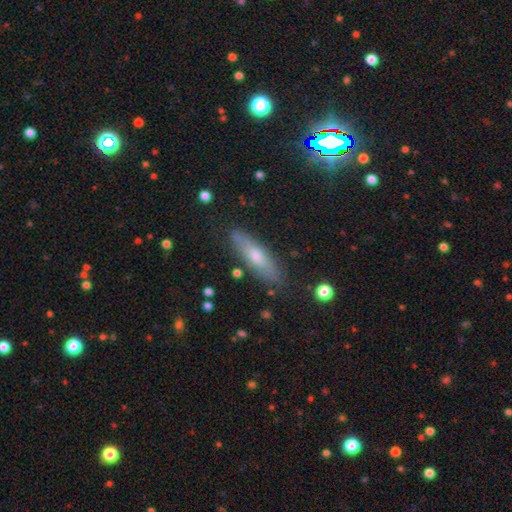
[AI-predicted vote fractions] Smooth or featured? smooth (56%)
How rounded? cigar-shaped (60%)
Merging? none (84%)